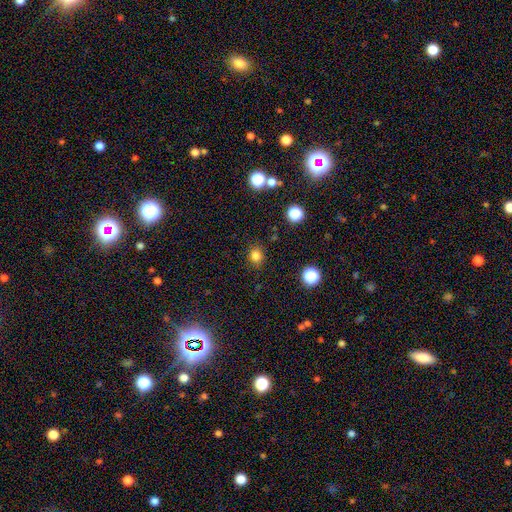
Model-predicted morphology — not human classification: This appears to be a smooth galaxy with no disk features (80%) that is round (67%). Merging: none (85%).